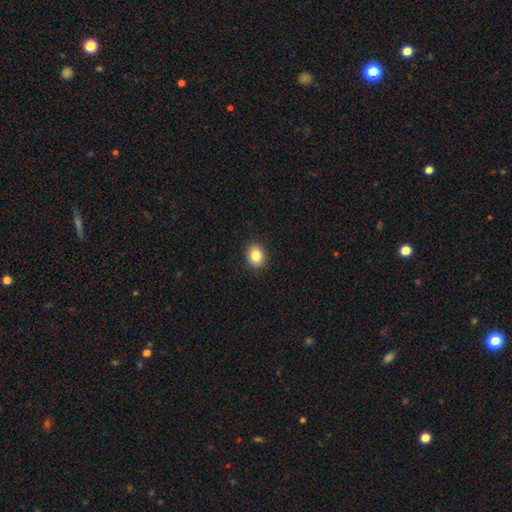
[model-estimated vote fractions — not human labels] A smooth galaxy with no disk features (84%) that is round (53%).

Vote fractions:
- Smooth or featured? smooth: 84% / star or artifact: 9% / featured or disk: 6%
- How rounded? round: 53% / in between: 46% / cigar-shaped: 1%
- Merging? none: 91% / minor disturbance: 6% / major disturbance: 2% / merger: 1%